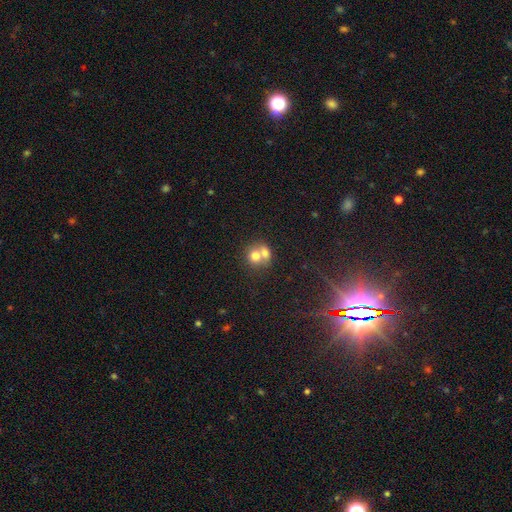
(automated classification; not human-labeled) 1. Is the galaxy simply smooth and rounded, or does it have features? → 70% smooth, 20% featured or disk, 10% star or artifact.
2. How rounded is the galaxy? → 72% round, 27% in between, 1% cigar-shaped.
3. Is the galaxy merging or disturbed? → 65% merger, 26% none, 6% minor disturbance, 3% major disturbance.